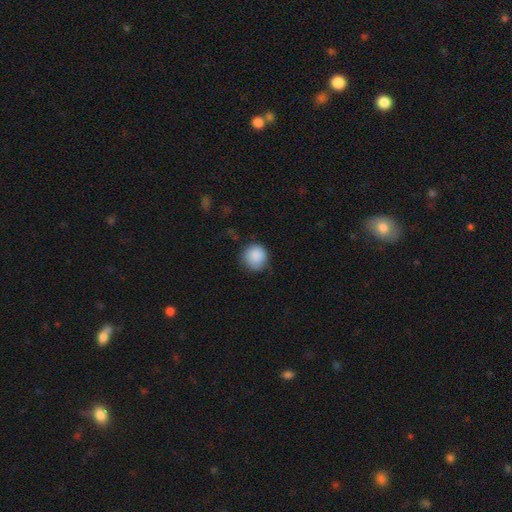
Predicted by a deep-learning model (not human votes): This is clearly a smooth galaxy (88%). How rounded: clearly round (92%). Merging: likely none (76%).